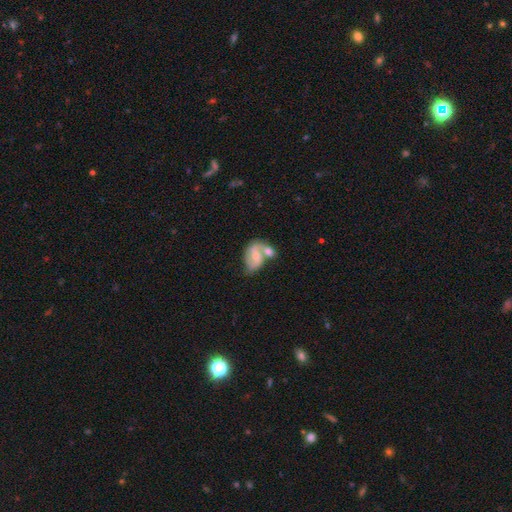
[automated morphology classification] Smooth or featured? Predicted: featured or disk (p=0.64). Edge-on disk? Predicted: no (p=0.97). Bar? Predicted: no (p=0.47). Spiral arms? Predicted: yes (p=0.80). Bulge size? Predicted: small (p=0.45). Merging? Predicted: merger (p=0.54).